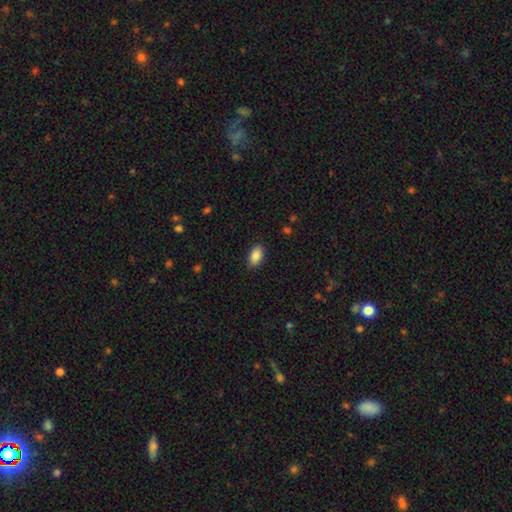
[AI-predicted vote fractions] smooth 88%, star or artifact 7%, featured or disk 4%. Down the decision tree: how rounded — in between (93%); merging — none (87%).